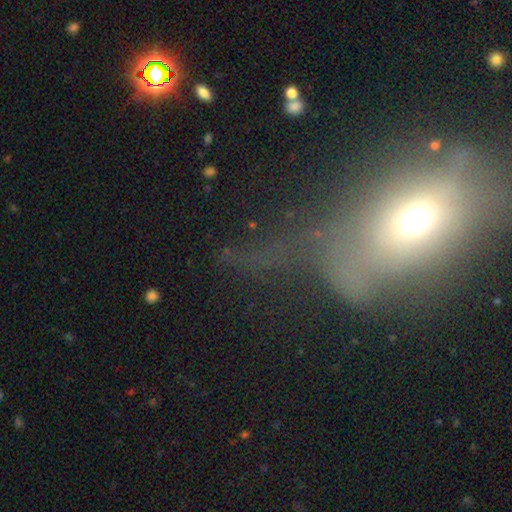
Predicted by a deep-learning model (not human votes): Q: Smooth or featured?
A: smooth (39%); runner-up: star or artifact (31%)
Q: Merging?
A: major disturbance (47%); runner-up: none (31%)